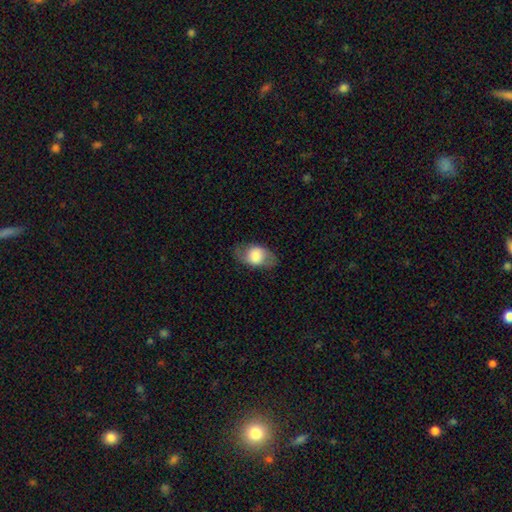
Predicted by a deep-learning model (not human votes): Smooth or featured: smooth — 64% (featured or disk — 29%)
How rounded: in between — 81% (round — 18%)
Merging: none — 75% (minor disturbance — 16%)